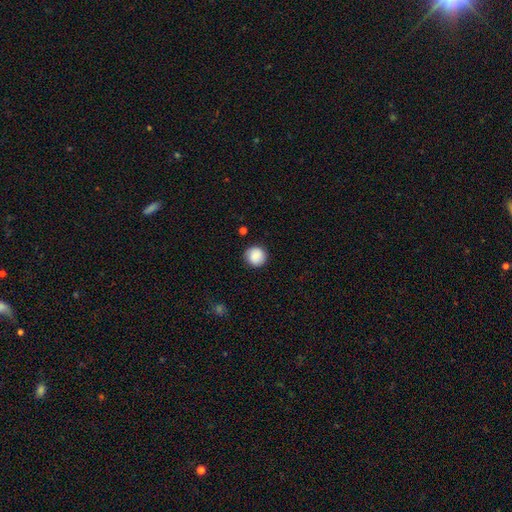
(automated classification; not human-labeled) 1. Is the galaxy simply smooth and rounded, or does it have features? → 88% smooth, 8% star or artifact, 5% featured or disk.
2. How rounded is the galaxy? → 95% round, 4% in between, 1% cigar-shaped.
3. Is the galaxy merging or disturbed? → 89% none, 8% minor disturbance, 2% major disturbance, 1% merger.